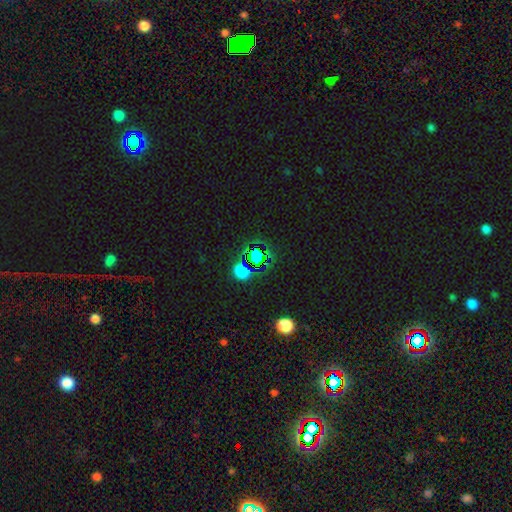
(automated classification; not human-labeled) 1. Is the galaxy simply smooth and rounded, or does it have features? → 61% star or artifact, 30% smooth, 9% featured or disk.